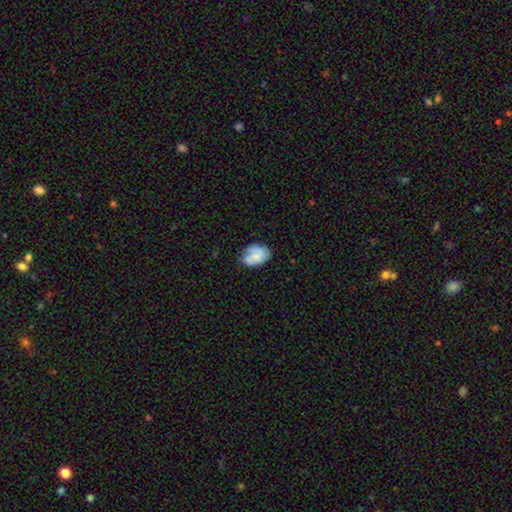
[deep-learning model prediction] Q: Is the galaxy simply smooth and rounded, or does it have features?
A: smooth — 48%.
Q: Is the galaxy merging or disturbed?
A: none — 61%.